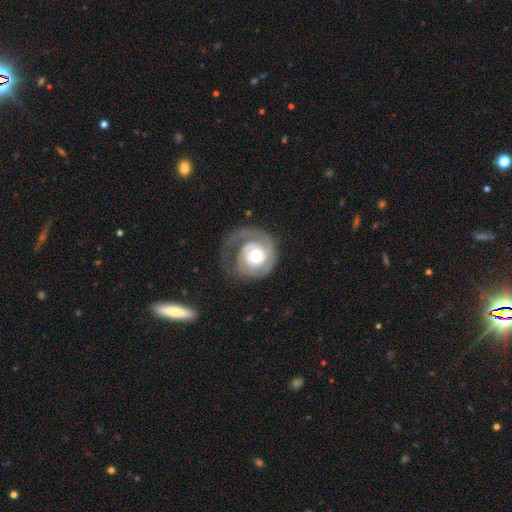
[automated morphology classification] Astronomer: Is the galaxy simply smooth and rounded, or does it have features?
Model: featured or disk — 79%.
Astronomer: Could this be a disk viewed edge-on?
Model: no — 98%.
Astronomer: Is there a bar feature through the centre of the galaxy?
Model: no — 71%.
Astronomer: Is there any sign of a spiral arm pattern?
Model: yes — 93%.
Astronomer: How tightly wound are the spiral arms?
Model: tight — 63%.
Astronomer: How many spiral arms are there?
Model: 1 — 56%.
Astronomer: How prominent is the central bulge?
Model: moderate — 48% (runner-up: large, 31%).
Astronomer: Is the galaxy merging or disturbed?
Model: none — 54%.